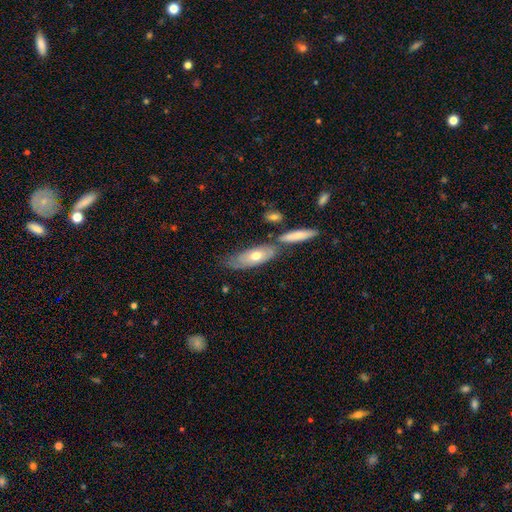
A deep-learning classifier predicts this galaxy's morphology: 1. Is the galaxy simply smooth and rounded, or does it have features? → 60% smooth, 34% featured or disk, 6% star or artifact.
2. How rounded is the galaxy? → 63% in between, 34% cigar-shaped, 3% round.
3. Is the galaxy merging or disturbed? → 59% none, 18% minor disturbance, 18% merger, 5% major disturbance.